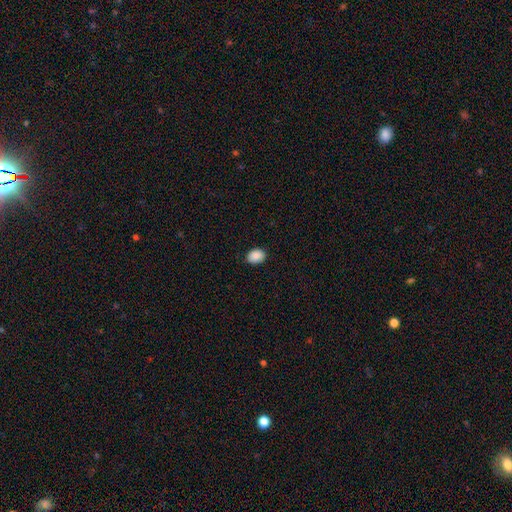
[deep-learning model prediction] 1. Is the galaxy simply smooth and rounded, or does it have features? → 90% smooth, 8% star or artifact, 3% featured or disk.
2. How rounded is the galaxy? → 69% in between, 30% round, 1% cigar-shaped.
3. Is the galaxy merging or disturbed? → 87% none, 10% minor disturbance, 2% major disturbance, 1% merger.